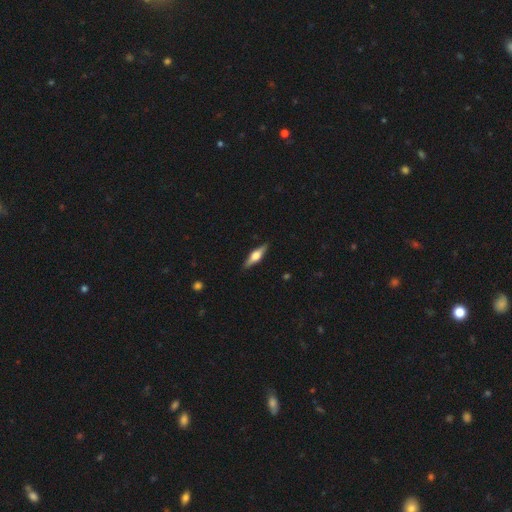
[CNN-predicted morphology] The model was most divided on "smooth or featured": featured or disk: 63%, smooth: 32%, star or artifact: 6%. More confident: edge-on disk — yes (96%); edge-on bulge — rounded (91%); merging — none (89%).